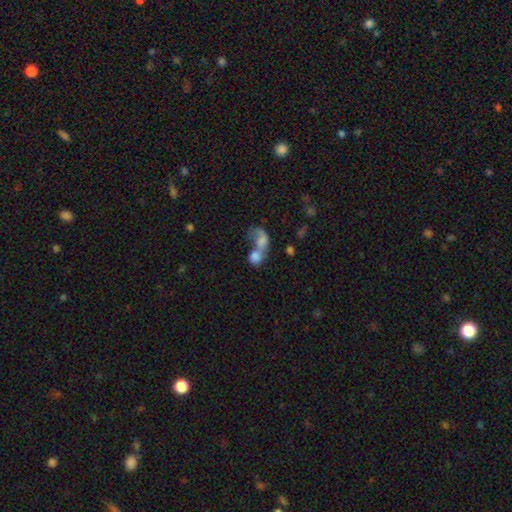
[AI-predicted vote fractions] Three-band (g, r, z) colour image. It shows a smooth galaxy with no disk features (67%) that is in between round and cigar-shaped (53%). Merging: merger (75%).